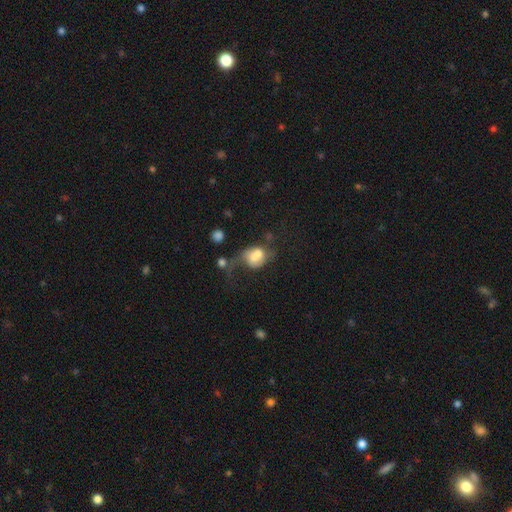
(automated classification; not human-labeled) Smooth or featured?
  - smooth: 60% *
  - featured or disk: 30%
  - star or artifact: 10%
How rounded?
  - in between: 58% *
  - round: 40%
  - cigar-shaped: 1%
Merging?
  - major disturbance: 44% *
  - merger: 25%
  - none: 16%
  - minor disturbance: 15%